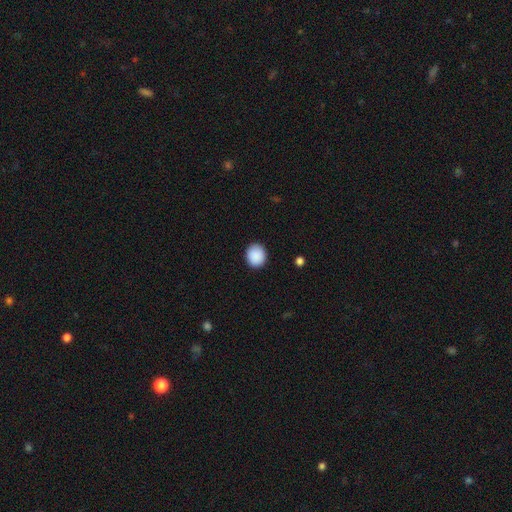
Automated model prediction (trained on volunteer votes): This is clearly a smooth galaxy (90%). How rounded: likely round (77%). Merging: clearly none (89%).